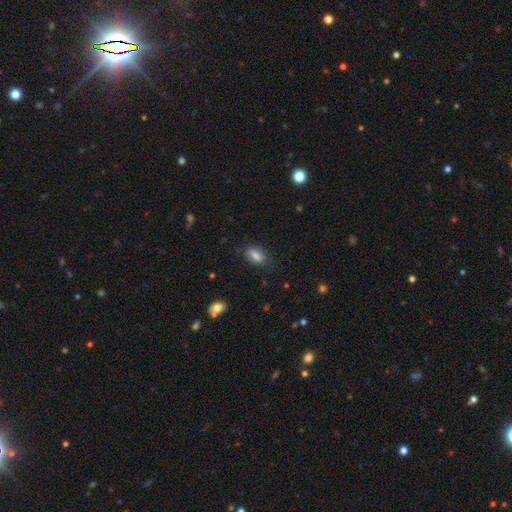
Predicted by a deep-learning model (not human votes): Q: Smooth or featured?
A: smooth (81%); runner-up: featured or disk (10%)
Q: How rounded?
A: in between (85%); runner-up: cigar-shaped (9%)
Q: Merging?
A: none (77%); runner-up: minor disturbance (17%)